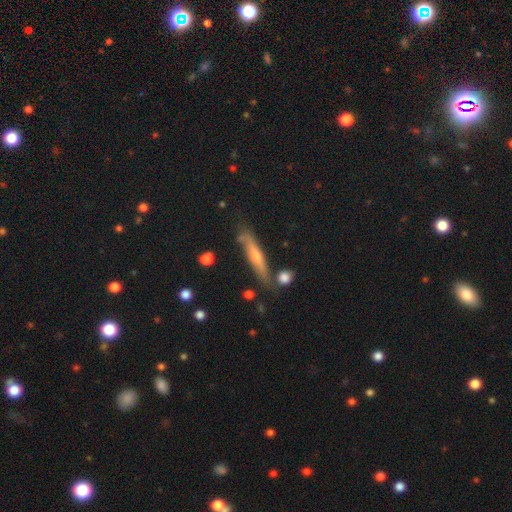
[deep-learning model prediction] This appears to be a featured or disk galaxy (50%) viewed edge-on (86%). Merging: none (72%).